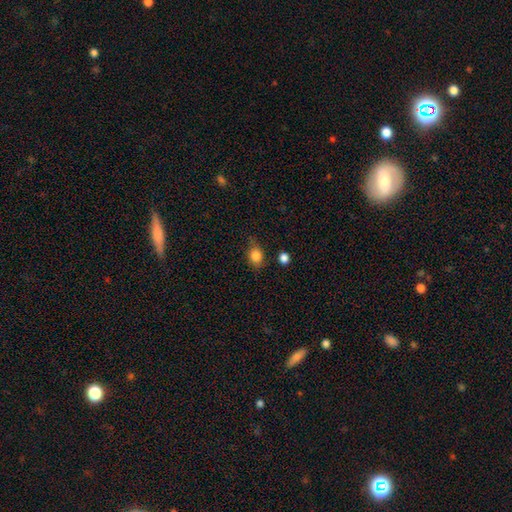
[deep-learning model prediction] This appears to be a smooth galaxy with no disk features (83%) that is in between round and cigar-shaped (55%). Merging: none (71%).